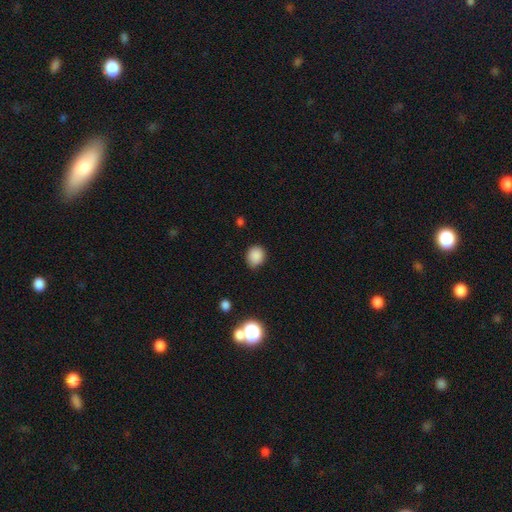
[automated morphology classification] Smooth or featured? Predicted: smooth (p=0.86). How rounded? Predicted: round (p=0.63). Merging? Predicted: none (p=0.80).